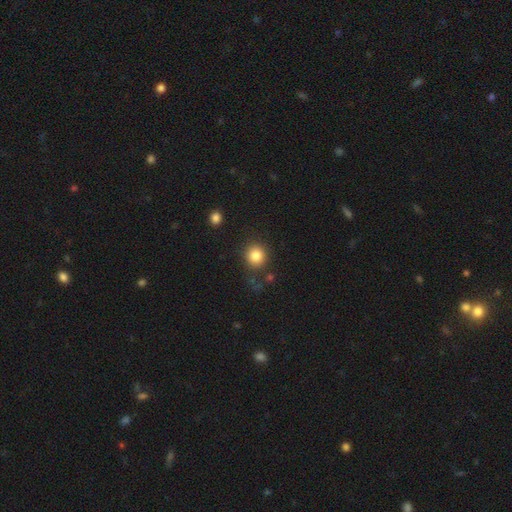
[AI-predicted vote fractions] Smooth or featured? Predicted: smooth (p=0.85). How rounded? Predicted: round (p=0.88). Merging? Predicted: none (p=0.81).